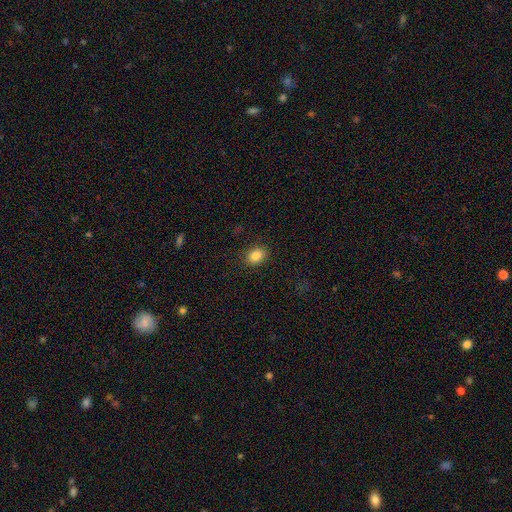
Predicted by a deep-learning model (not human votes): Smooth or featured: smooth — 85% (star or artifact — 10%)
How rounded: in between — 59% (round — 40%)
Merging: none — 88% (minor disturbance — 9%)